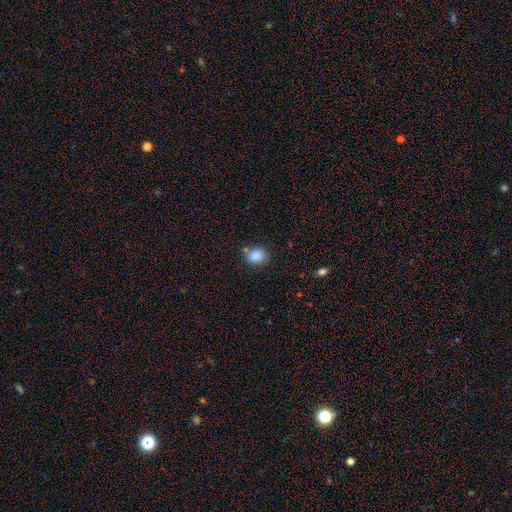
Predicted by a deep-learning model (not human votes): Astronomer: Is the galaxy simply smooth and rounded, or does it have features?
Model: smooth — 86%.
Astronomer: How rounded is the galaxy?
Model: round — 58% (runner-up: in between, 41%).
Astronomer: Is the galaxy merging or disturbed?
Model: none — 69%.